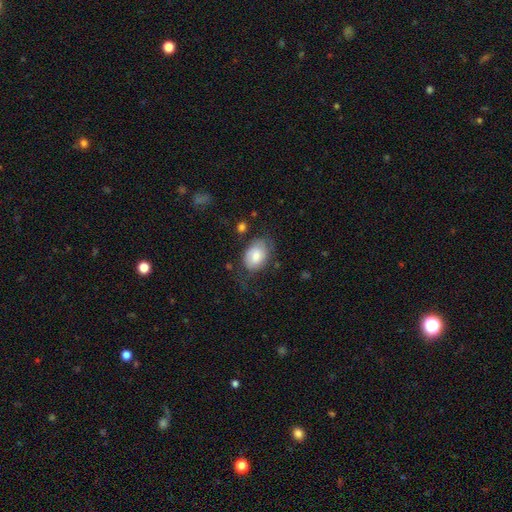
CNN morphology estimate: Q: Smooth or featured?
A: smooth (66%); runner-up: featured or disk (27%)
Q: How rounded?
A: in between (78%); runner-up: round (21%)
Q: Merging?
A: none (51%); runner-up: minor disturbance (29%)